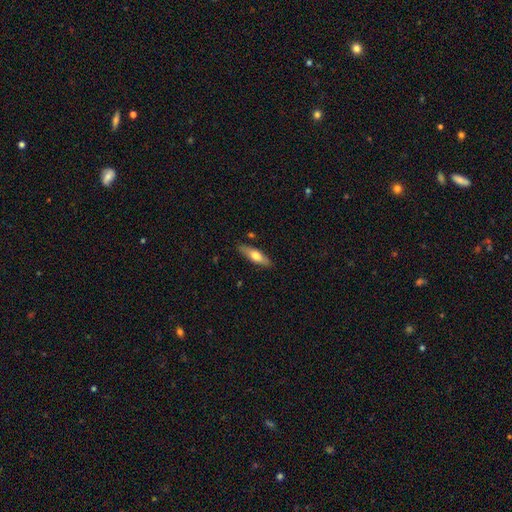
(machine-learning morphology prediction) Smooth or featured? smooth (61%)
How rounded? cigar-shaped (50%)
Merging? none (86%)